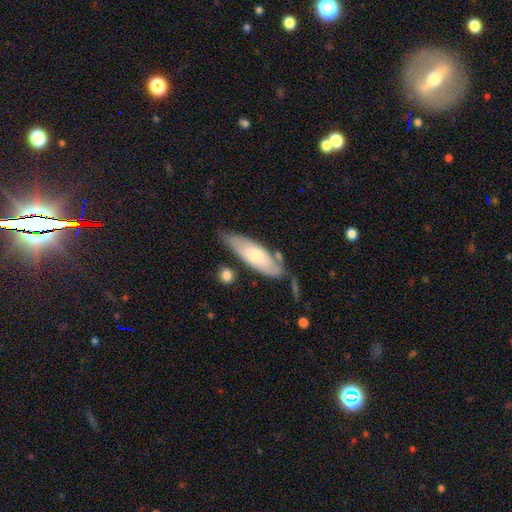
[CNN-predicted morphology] The model was most divided on "how rounded": in between: 55%, cigar-shaped: 43%, round: 2%. More confident: merging — none (66%); smooth or featured — smooth (60%).